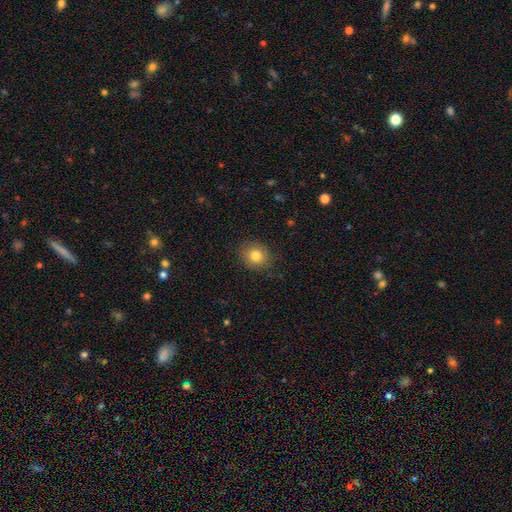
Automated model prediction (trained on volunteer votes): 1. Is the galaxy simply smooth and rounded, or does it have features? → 81% smooth, 10% star or artifact, 9% featured or disk.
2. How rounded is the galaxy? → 71% round, 28% in between, 1% cigar-shaped.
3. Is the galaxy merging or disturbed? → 85% none, 11% minor disturbance, 3% major disturbance, 1% merger.